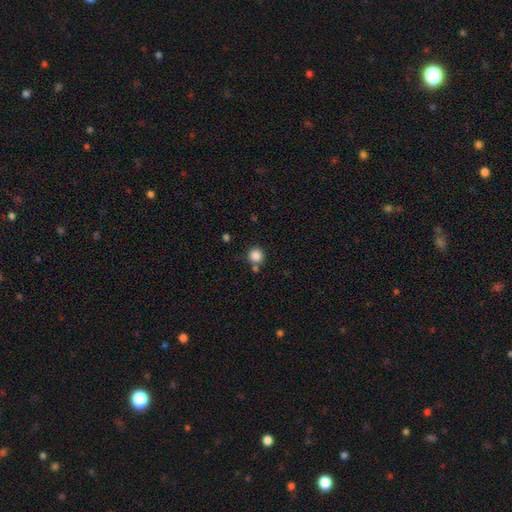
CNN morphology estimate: Smooth or featured: smooth — 86% (star or artifact — 11%)
How rounded: round — 91% (in between — 8%)
Merging: none — 74% (merger — 13%)